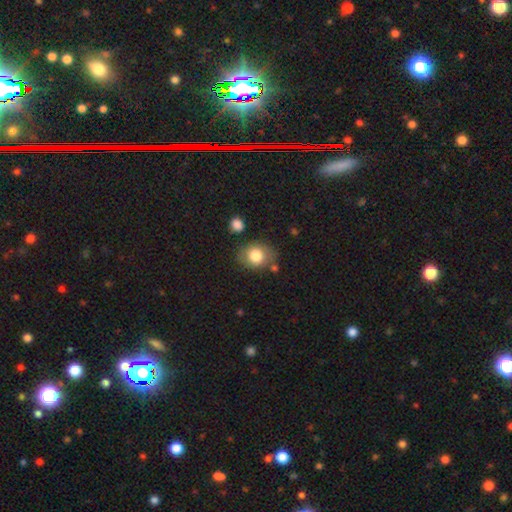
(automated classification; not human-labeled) smooth_or_featured: smooth (p=0.78) [alt: featured or disk p=0.14]
how_rounded: round (p=0.50) [alt: in between p=0.49]
merging: none (p=0.74) [alt: minor disturbance p=0.16]